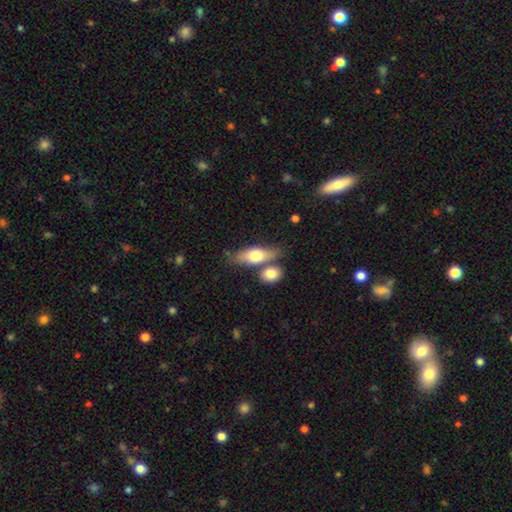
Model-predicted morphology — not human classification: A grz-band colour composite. It shows a smooth galaxy with no disk features (64%) that is in between round and cigar-shaped (68%). Merging: none (55%).